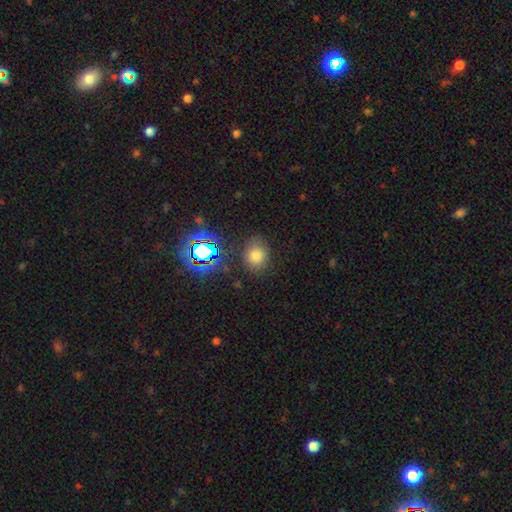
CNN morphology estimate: Smooth or featured: smooth — 72% (star or artifact — 20%)
How rounded: round — 62% (in between — 37%)
Merging: none — 76% (minor disturbance — 15%)